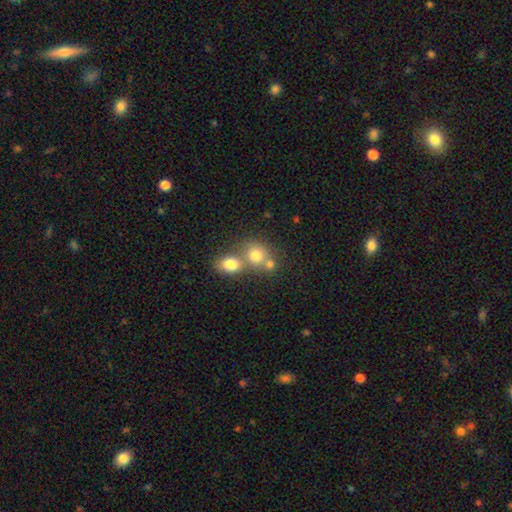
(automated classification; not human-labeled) Smooth or featured? smooth (75%)
How rounded? round (71%)
Merging? merger (52%)